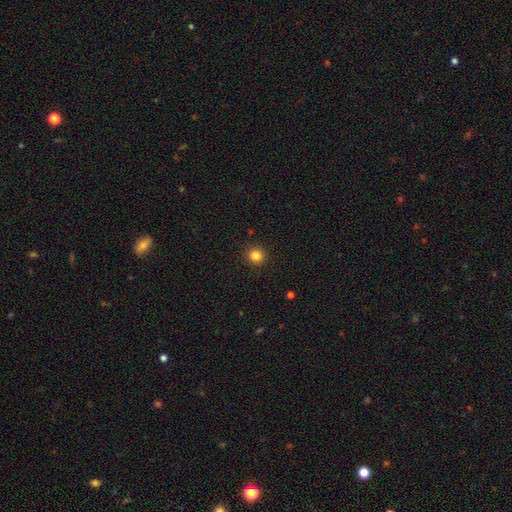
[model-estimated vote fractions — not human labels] Smooth or featured? Predicted: smooth (p=0.83). How rounded? Predicted: round (p=0.93). Merging? Predicted: none (p=0.92).